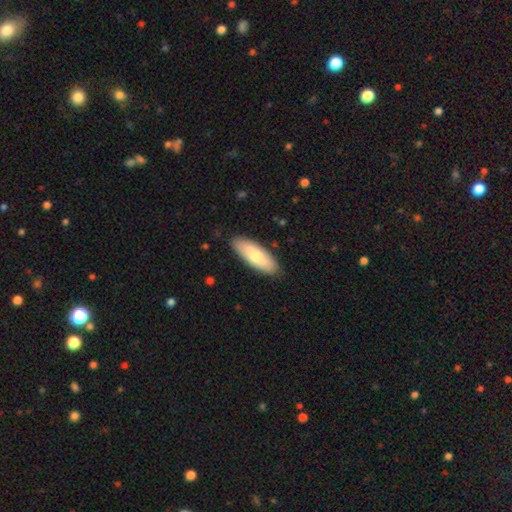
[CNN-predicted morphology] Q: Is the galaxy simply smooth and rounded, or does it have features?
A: smooth — 72%.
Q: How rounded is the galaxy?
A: in between — 71%.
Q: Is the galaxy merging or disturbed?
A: none — 87%.